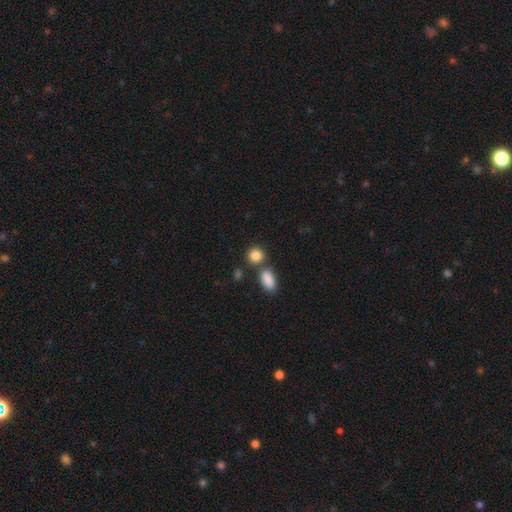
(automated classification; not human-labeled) Smooth or featured? Predicted: smooth (p=0.87). How rounded? Predicted: round (p=0.72). Merging? Predicted: none (p=0.65).